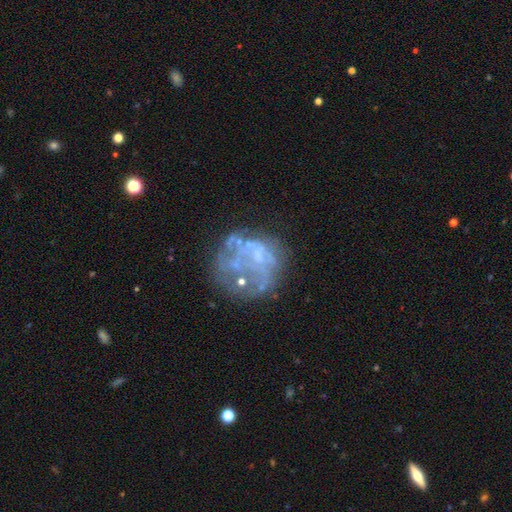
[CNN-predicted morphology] type=featured or disk (66%); edge-on=no (98%); bar=no (87%); spiral arms=no (83%); bulge=none (62%); merging=none (48%).